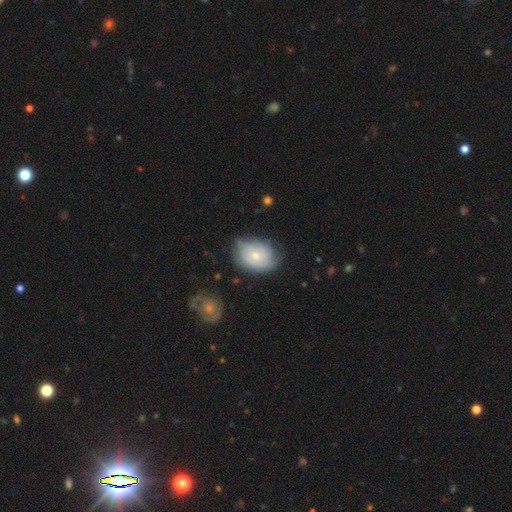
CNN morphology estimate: Overall: featured or disk (49%; smooth 44%). Merging: none (64%; minor disturbance 27%).